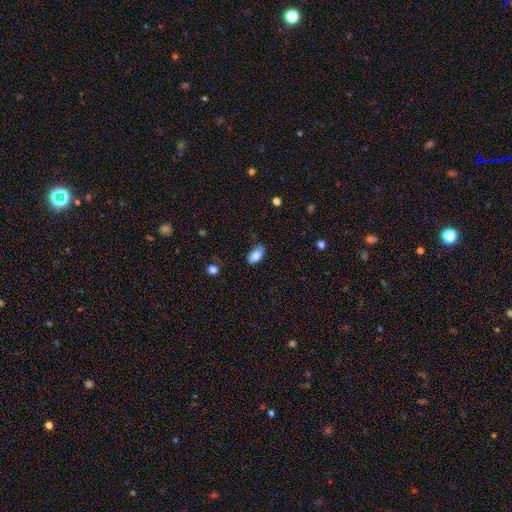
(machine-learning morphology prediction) Q: Smooth or featured?
A: smooth (83%); runner-up: featured or disk (9%)
Q: How rounded?
A: in between (93%); runner-up: round (4%)
Q: Merging?
A: none (71%); runner-up: minor disturbance (23%)